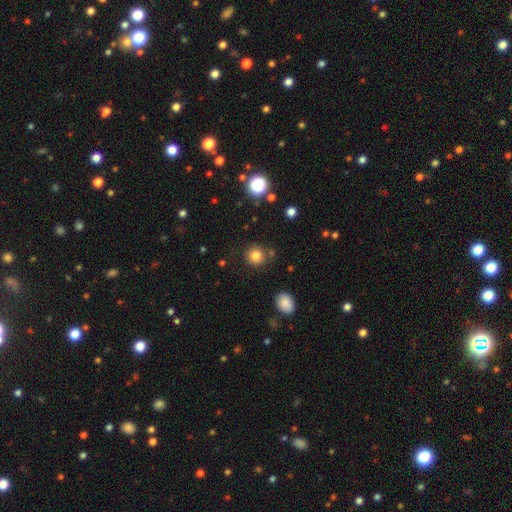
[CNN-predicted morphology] Smooth or featured? smooth (81%)
How rounded? round (91%)
Merging? none (84%)